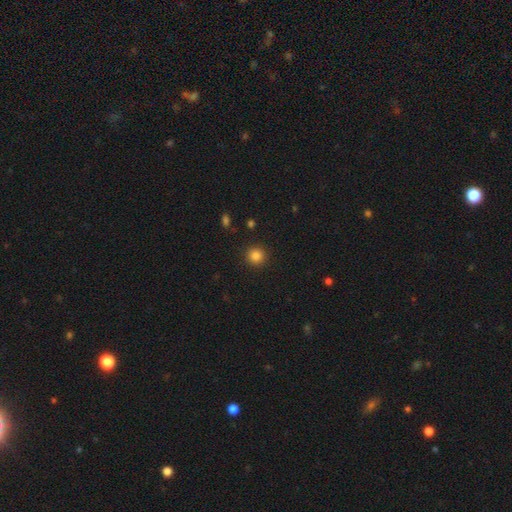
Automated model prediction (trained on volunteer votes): This appears to be a smooth galaxy with no disk features (84%) that is round (93%). Merging: none (91%).